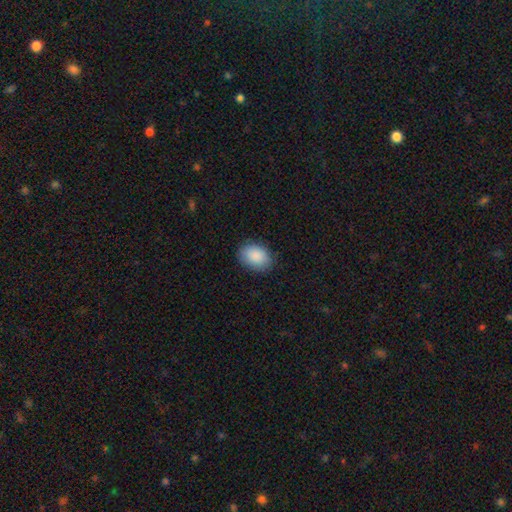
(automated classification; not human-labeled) Q: Smooth or featured?
A: smooth (90%); runner-up: star or artifact (7%)
Q: How rounded?
A: in between (78%); runner-up: round (21%)
Q: Merging?
A: none (85%); runner-up: minor disturbance (12%)